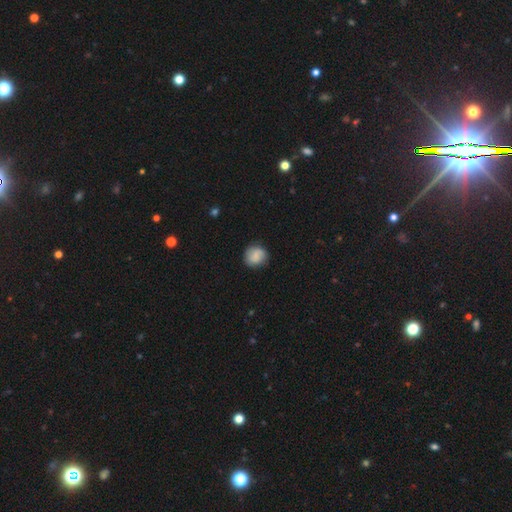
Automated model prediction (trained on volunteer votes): Smooth or featured? smooth (75%)
How rounded? round (83%)
Merging? none (79%)